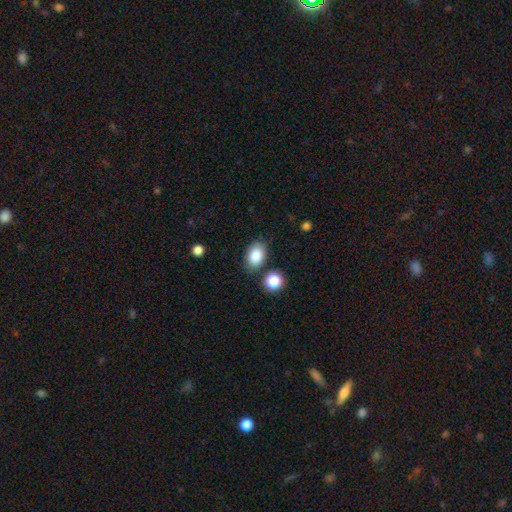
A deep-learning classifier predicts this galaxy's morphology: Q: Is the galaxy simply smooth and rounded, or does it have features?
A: smooth — 85%.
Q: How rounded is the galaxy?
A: in between — 83%.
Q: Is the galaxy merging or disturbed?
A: none — 78%.